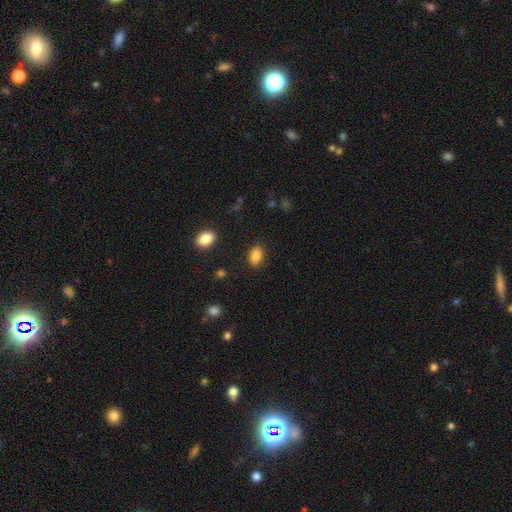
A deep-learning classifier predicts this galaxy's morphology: This is clearly a smooth galaxy (87%). How rounded: clearly in between (84%). Merging: clearly none (86%).